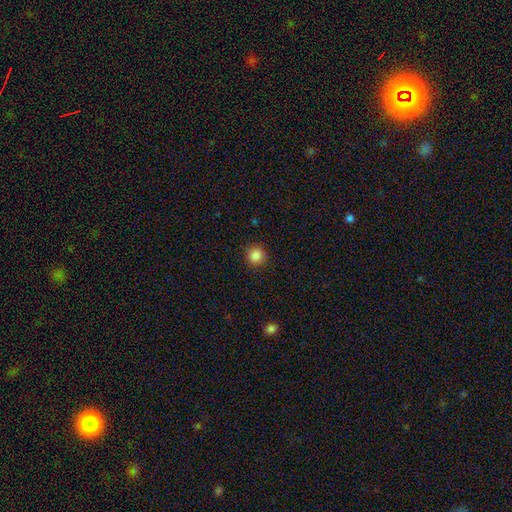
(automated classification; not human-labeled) smooth 85%, star or artifact 11%, featured or disk 4%. Down the decision tree: how rounded — round (93%); merging — none (91%).